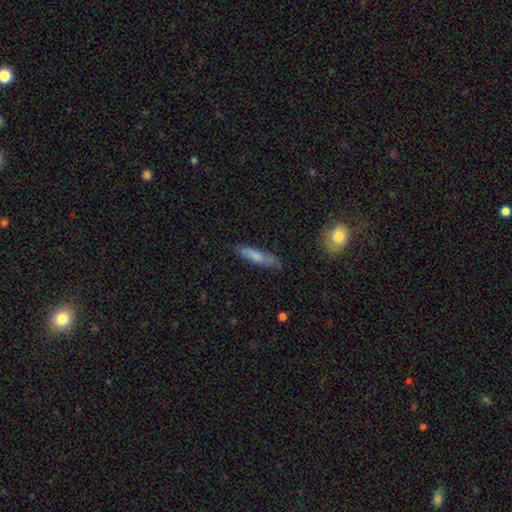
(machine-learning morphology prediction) smooth_or_featured: smooth (p=0.73) [alt: featured or disk p=0.21]
how_rounded: cigar-shaped (p=0.78) [alt: in between p=0.20]
merging: none (p=0.73) [alt: minor disturbance p=0.21]